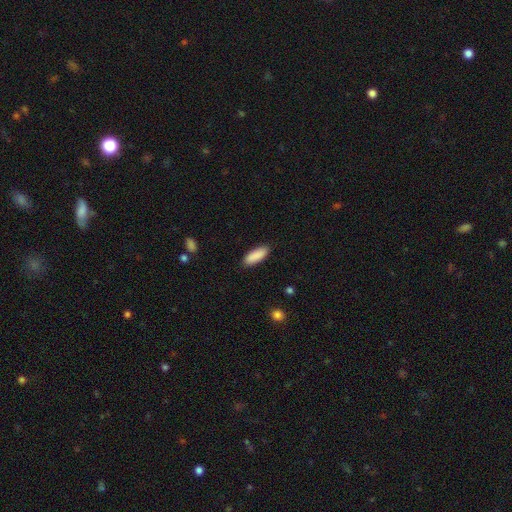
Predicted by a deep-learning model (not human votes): Morphology: type=smooth (90%); roundness=in between (63%); merging=none (88%).